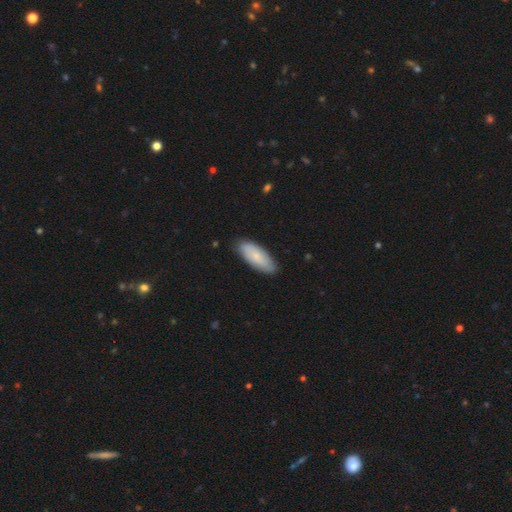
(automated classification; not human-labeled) This appears to be a smooth galaxy with no disk features (75%) that is in between round and cigar-shaped (76%). Merging: none (84%).